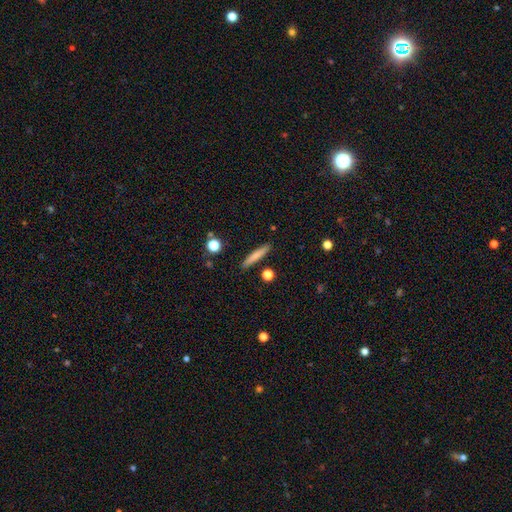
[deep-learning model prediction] Morphology: type=smooth (74%); roundness=cigar-shaped (92%); merging=none (87%).